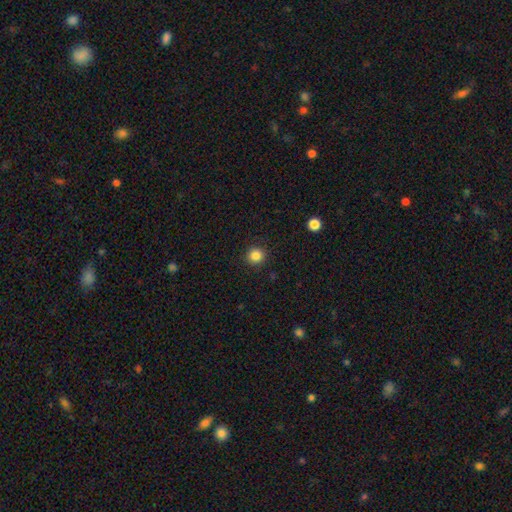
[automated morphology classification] The model was most divided on "smooth or featured": smooth: 85%, star or artifact: 11%, featured or disk: 4%. More confident: how rounded — round (94%); merging — none (92%).